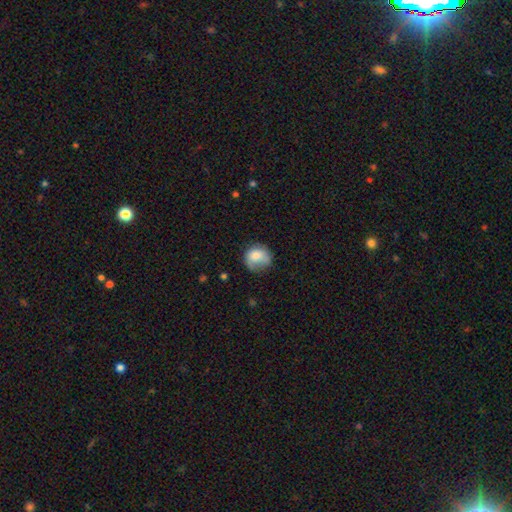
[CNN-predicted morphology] Smooth or featured?
  - smooth: 77% *
  - featured or disk: 15%
  - star or artifact: 8%
How rounded?
  - round: 79% *
  - in between: 20%
  - cigar-shaped: 1%
Merging?
  - none: 53% *
  - minor disturbance: 31%
  - major disturbance: 14%
  - merger: 2%